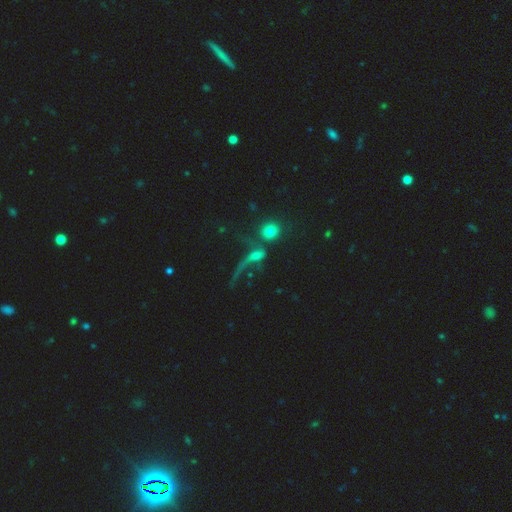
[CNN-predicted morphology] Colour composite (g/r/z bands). It shows a featured or disk galaxy (43%). Merging: major disturbance (35%).